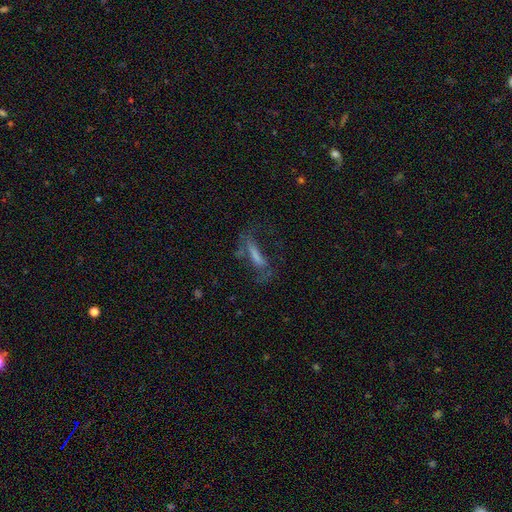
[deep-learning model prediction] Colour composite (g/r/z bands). It shows a featured or disk galaxy (46%). Merging: none (48%).